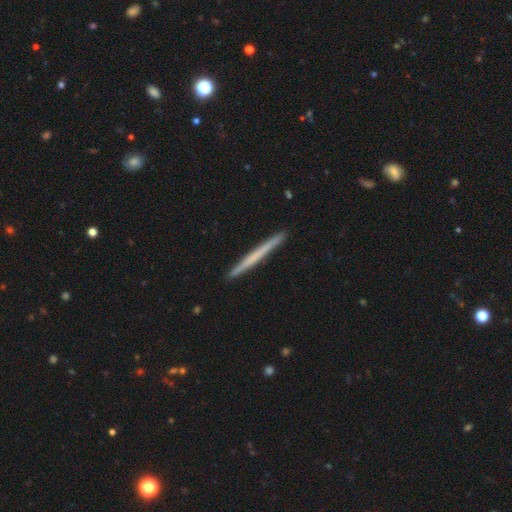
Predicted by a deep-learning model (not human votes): A smooth galaxy with no disk features (50%).

Vote fractions:
- Smooth or featured? smooth: 50% / featured or disk: 46% / star or artifact: 5%
- Merging? none: 93% / minor disturbance: 5% / major disturbance: 1% / merger: 1%